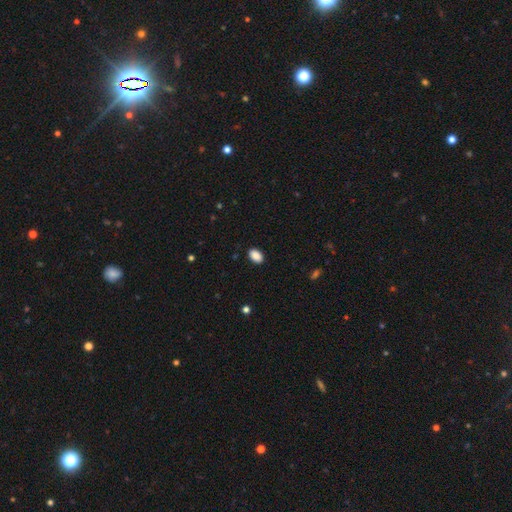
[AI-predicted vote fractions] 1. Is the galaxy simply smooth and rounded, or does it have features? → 90% smooth, 8% star or artifact, 3% featured or disk.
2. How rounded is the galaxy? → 88% in between, 11% round, 1% cigar-shaped.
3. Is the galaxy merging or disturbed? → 89% none, 8% minor disturbance, 2% major disturbance, 1% merger.